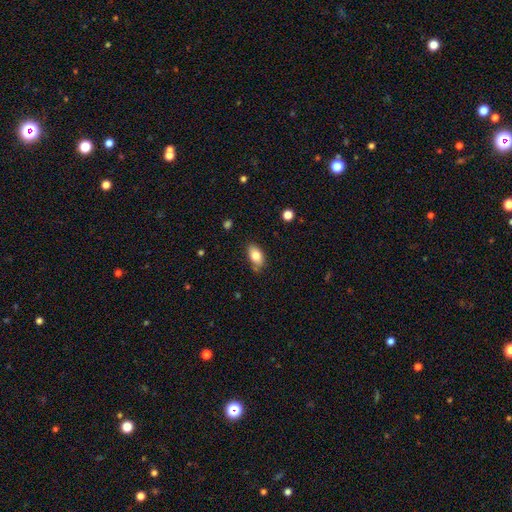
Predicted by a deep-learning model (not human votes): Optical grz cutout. It shows a smooth galaxy with no disk features (80%) that is in between round and cigar-shaped (91%). Merging: none (73%).